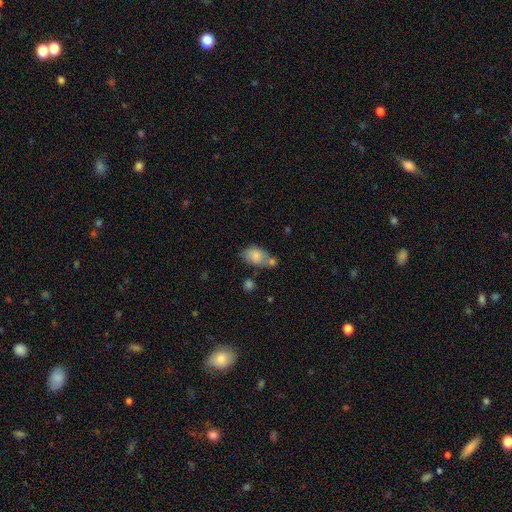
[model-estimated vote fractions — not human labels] Q: Smooth or featured?
A: smooth (80%); runner-up: featured or disk (12%)
Q: How rounded?
A: in between (85%); runner-up: round (13%)
Q: Merging?
A: none (42%); runner-up: merger (31%)